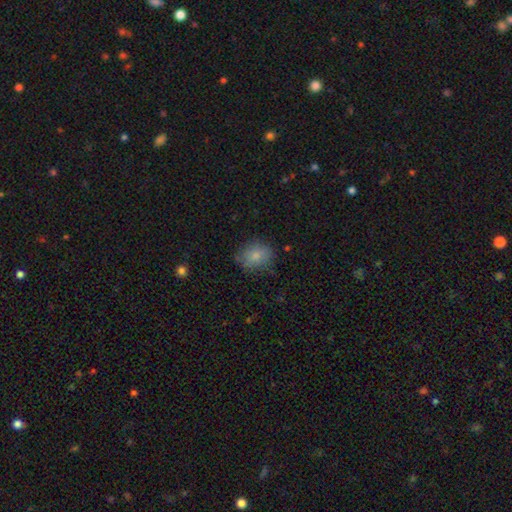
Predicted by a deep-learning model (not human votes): The model was most divided on "how rounded": round: 51%, in between: 48%, cigar-shaped: 1%. More confident: smooth or featured — smooth (82%); merging — none (76%).